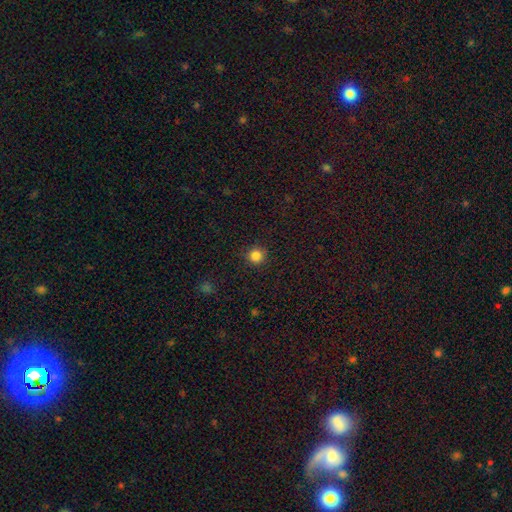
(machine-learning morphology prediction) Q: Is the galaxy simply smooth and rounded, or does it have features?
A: smooth — 85%.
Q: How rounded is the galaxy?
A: round — 95%.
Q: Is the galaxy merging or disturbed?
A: none — 91%.